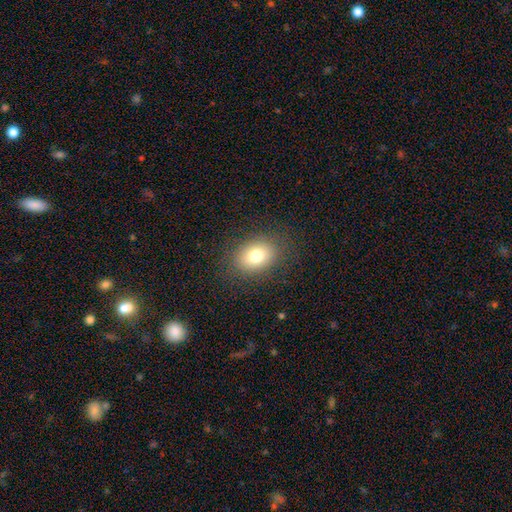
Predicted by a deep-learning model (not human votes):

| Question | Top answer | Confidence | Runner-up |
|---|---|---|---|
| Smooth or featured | smooth | 77% | star or artifact (12%) |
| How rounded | in between | 65% | round (34%) |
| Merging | none | 85% | minor disturbance (10%) |